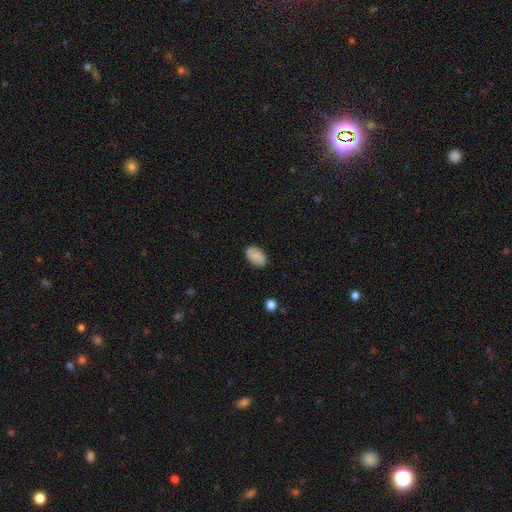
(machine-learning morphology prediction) Smooth or featured? smooth (74%)
How rounded? in between (91%)
Merging? none (83%)